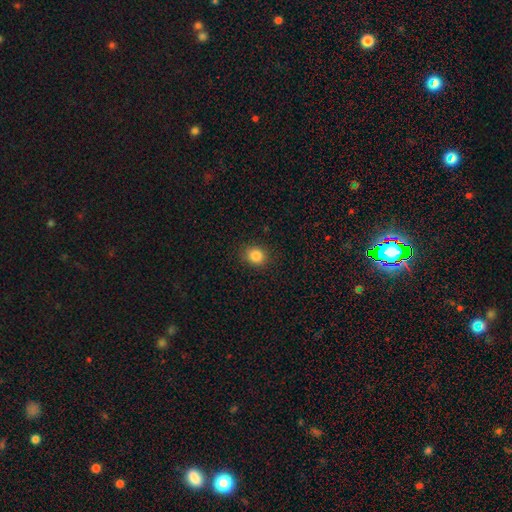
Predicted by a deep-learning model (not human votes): Smooth or featured? smooth (84%)
How rounded? round (71%)
Merging? none (89%)